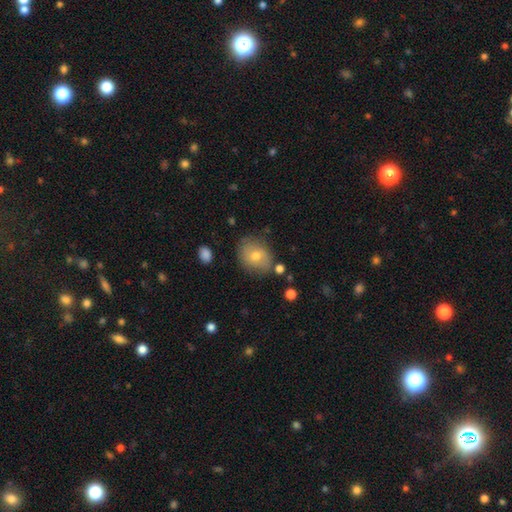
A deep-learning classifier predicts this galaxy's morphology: A smooth galaxy with no disk features (59%) that is round (54%).

Vote fractions:
- Smooth or featured? smooth: 59% / featured or disk: 29% / star or artifact: 11%
- How rounded? round: 54% / in between: 45% / cigar-shaped: 1%
- Merging? none: 75% / minor disturbance: 17% / major disturbance: 5% / merger: 3%